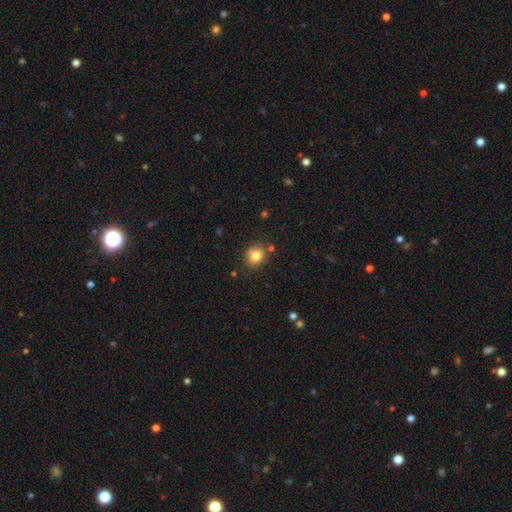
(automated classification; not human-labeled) Smooth or featured? Predicted: smooth (p=0.81). How rounded? Predicted: round (p=0.75). Merging? Predicted: none (p=0.75).